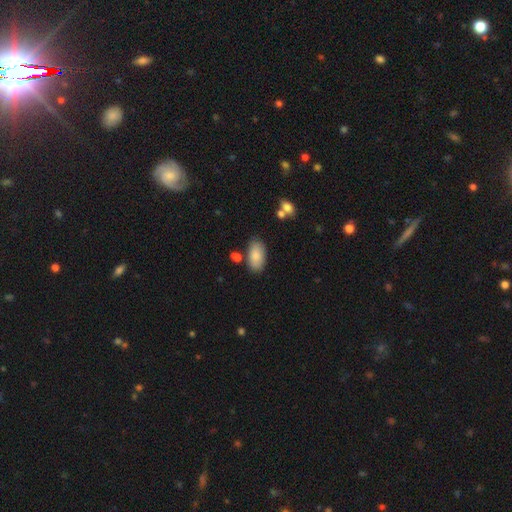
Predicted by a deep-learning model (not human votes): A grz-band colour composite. It shows a smooth galaxy with no disk features (85%) that is in between round and cigar-shaped (94%). Merging: none (75%).